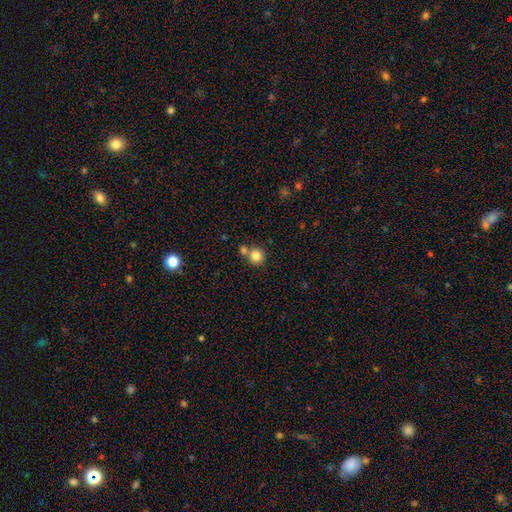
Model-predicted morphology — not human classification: Smooth or featured? Predicted: smooth (p=0.82). How rounded? Predicted: round (p=0.92). Merging? Predicted: none (p=0.61).